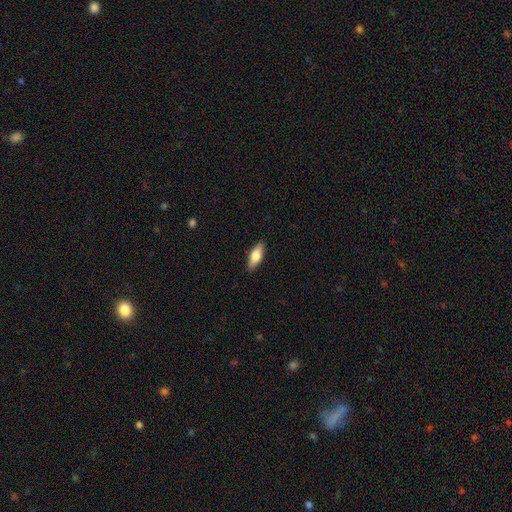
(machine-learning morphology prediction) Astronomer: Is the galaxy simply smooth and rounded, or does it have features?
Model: smooth — 68%.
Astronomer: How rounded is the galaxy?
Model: in between — 69%.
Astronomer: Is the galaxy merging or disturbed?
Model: none — 88%.